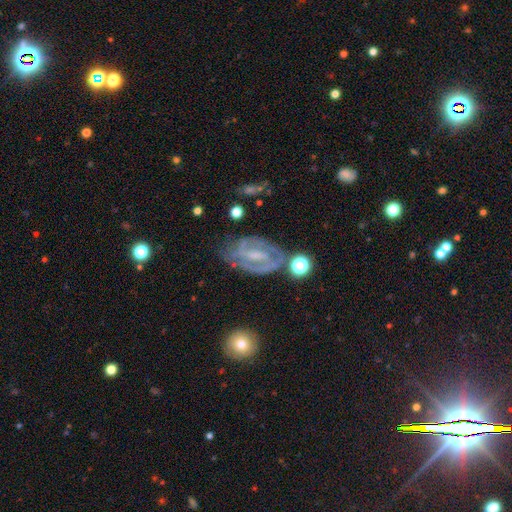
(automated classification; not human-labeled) Smooth or featured: featured or disk — 80% (smooth — 12%)
Edge-on disk: no — 94% (yes — 6%)
Bar: weak — 46% (strong — 35%)
Spiral arms: yes — 87% (no — 13%)
Spiral winding: tight — 52% (medium — 38%)
Spiral arm count: 2 — 60% (can't tell — 24%)
Bulge size: small — 52% (moderate — 28%)
Merging: none — 64% (minor disturbance — 21%)